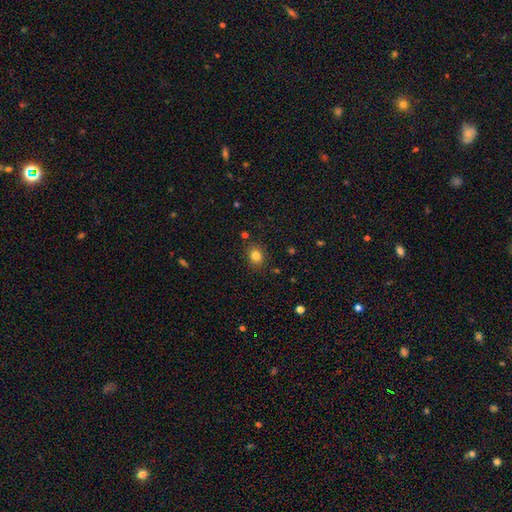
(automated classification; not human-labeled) A smooth galaxy with no disk features (82%) that is round (55%).

Vote fractions:
- Smooth or featured? smooth: 82% / star or artifact: 12% / featured or disk: 6%
- How rounded? round: 55% / in between: 44% / cigar-shaped: 1%
- Merging? none: 84% / minor disturbance: 11% / major disturbance: 3% / merger: 2%